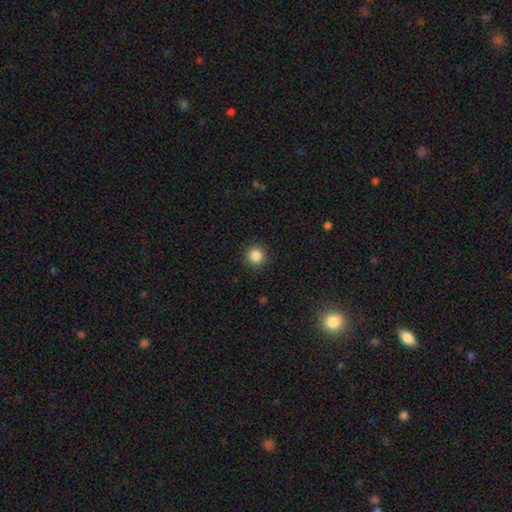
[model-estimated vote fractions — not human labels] This appears to be a smooth galaxy with no disk features (86%) that is round (94%). Merging: none (91%).